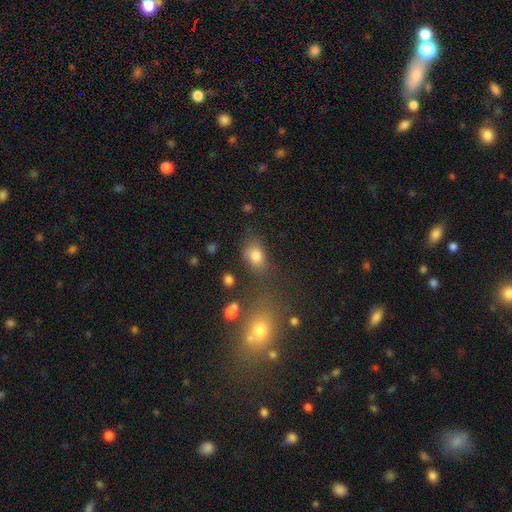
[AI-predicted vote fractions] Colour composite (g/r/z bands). It shows a smooth galaxy with no disk features (79%) that is in between round and cigar-shaped (75%). Merging: none (56%).